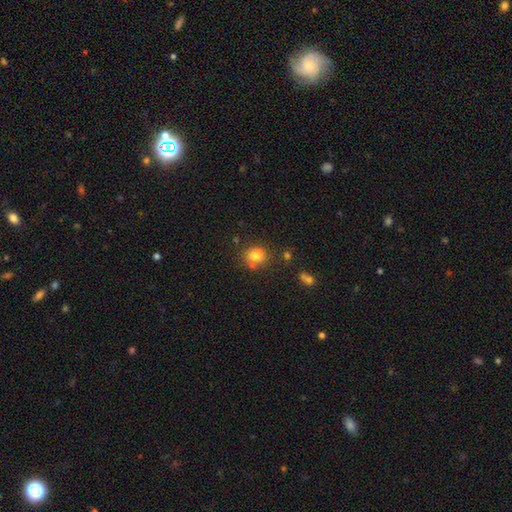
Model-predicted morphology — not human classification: This is likely a smooth galaxy (78%). How rounded: likely round (76%). Merging: likely none (67%).